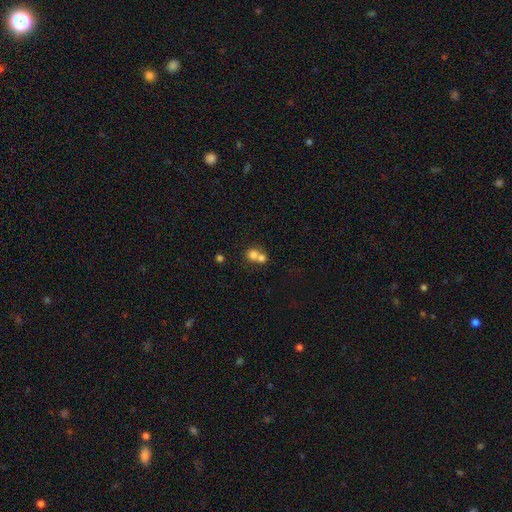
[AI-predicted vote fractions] This appears to be a smooth galaxy with no disk features (73%) that is round (79%). Merging: merger (64%).